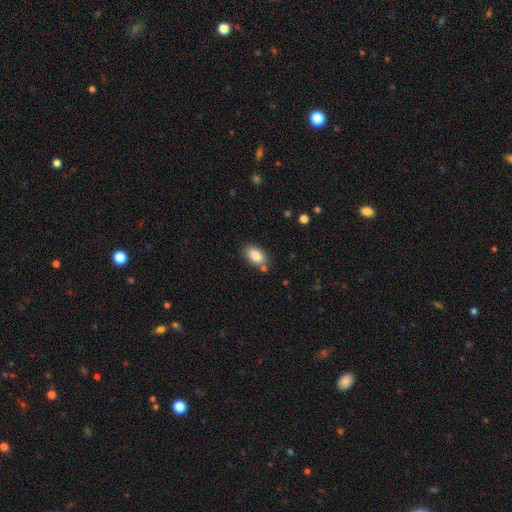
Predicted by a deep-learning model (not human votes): A smooth galaxy with no disk features (83%) that is in between round and cigar-shaped (90%). Merging: none (78%).